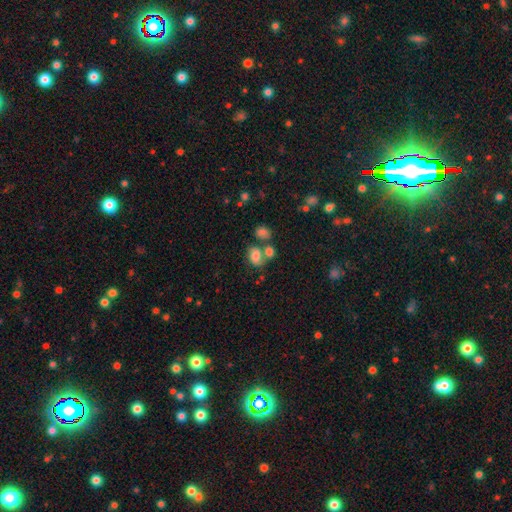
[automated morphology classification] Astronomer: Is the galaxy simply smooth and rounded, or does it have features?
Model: smooth — 73%.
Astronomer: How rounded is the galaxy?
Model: in between — 72%.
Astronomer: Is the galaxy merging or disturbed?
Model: merger — 39%, tied with none at 39%.